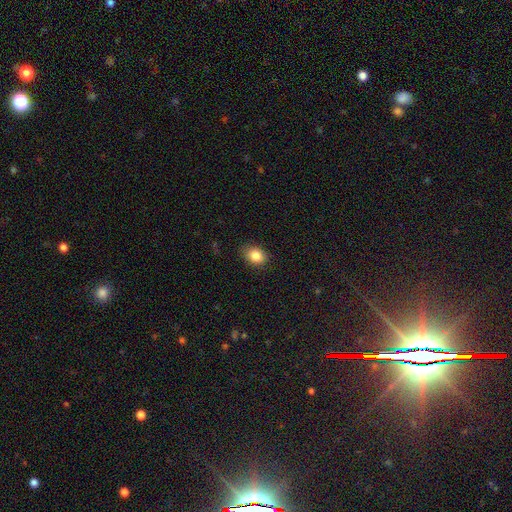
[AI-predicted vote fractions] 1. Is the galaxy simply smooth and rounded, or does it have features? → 86% smooth, 9% star or artifact, 5% featured or disk.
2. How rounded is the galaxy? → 64% in between, 35% round, 1% cigar-shaped.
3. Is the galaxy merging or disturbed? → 83% none, 13% minor disturbance, 3% major disturbance, 1% merger.